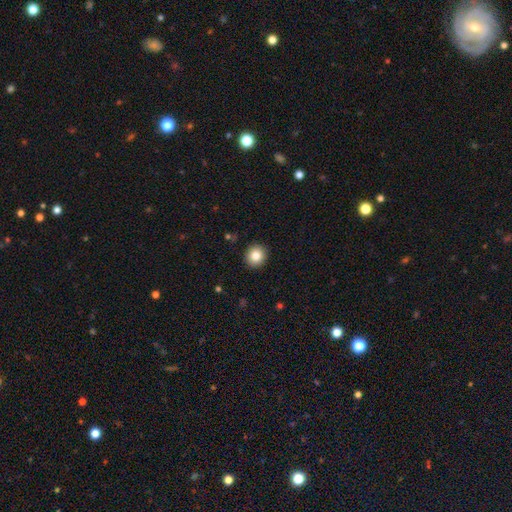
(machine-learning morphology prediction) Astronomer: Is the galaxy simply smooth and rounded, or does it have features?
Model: smooth — 84%.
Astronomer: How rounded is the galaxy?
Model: round — 90%.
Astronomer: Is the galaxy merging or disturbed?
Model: none — 92%.